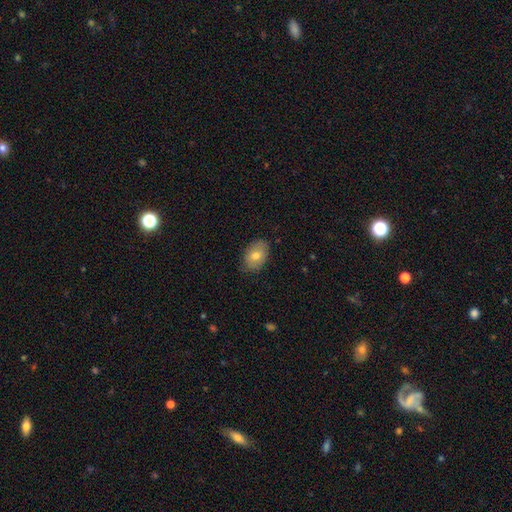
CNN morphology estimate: Overall: smooth (71%). How rounded: in between (86%). Merging: none (79%).